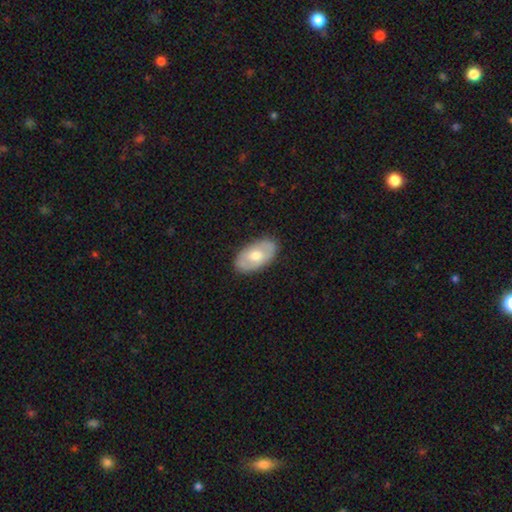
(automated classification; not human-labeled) Morphology: type=smooth (53%); roundness=in between (93%); merging=none (86%).